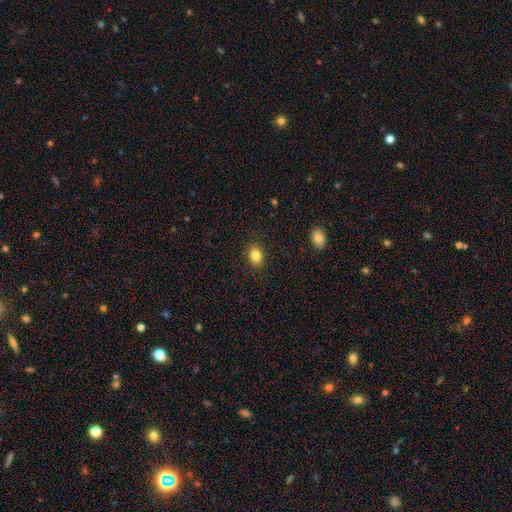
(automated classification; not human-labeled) Smooth or featured? Predicted: smooth (p=0.83). How rounded? Predicted: in between (p=0.67). Merging? Predicted: none (p=0.88).